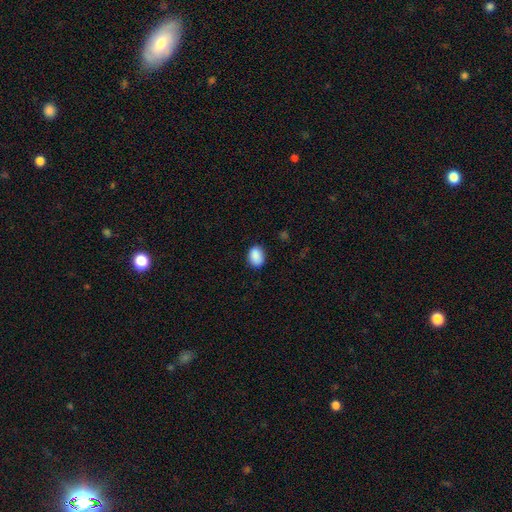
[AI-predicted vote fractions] smooth 89%, star or artifact 8%, featured or disk 3%. Down the decision tree: how rounded — in between (76%); merging — none (83%).